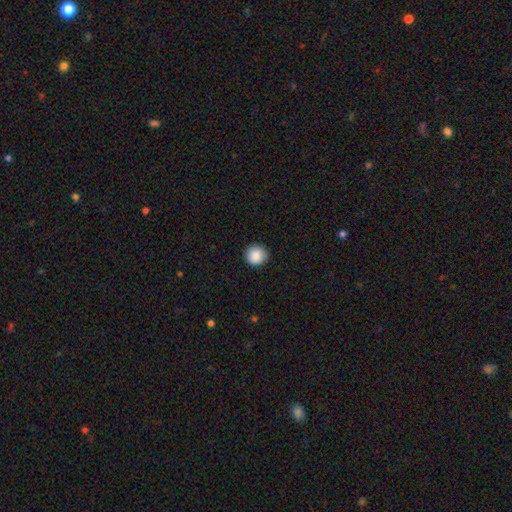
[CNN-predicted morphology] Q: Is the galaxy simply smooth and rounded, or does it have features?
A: smooth — 89%.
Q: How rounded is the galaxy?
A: round — 94%.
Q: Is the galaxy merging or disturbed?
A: none — 90%.